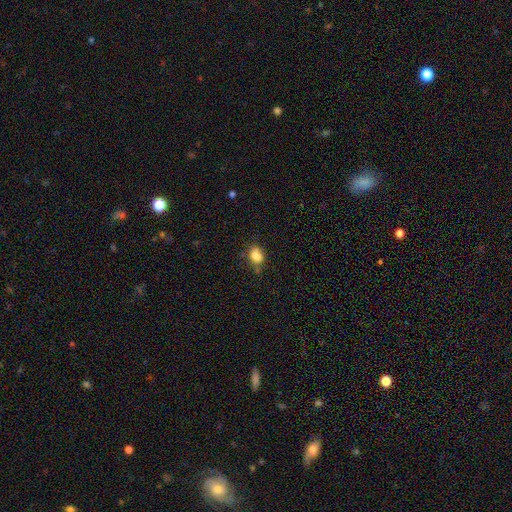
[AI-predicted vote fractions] Smooth or featured? smooth (76%)
How rounded? in between (65%)
Merging? none (48%)